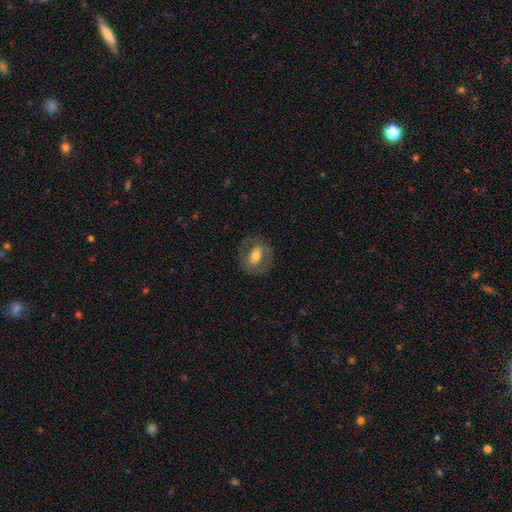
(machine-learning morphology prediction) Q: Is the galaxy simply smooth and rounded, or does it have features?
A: featured or disk — 48%.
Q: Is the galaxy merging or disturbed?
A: none — 75%.